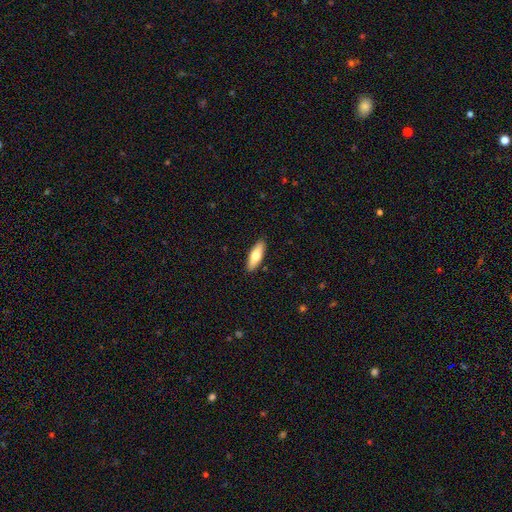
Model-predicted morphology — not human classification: The model was most divided on "how rounded": in between: 52%, cigar-shaped: 46%, round: 2%. More confident: merging — none (90%); smooth or featured — smooth (67%).